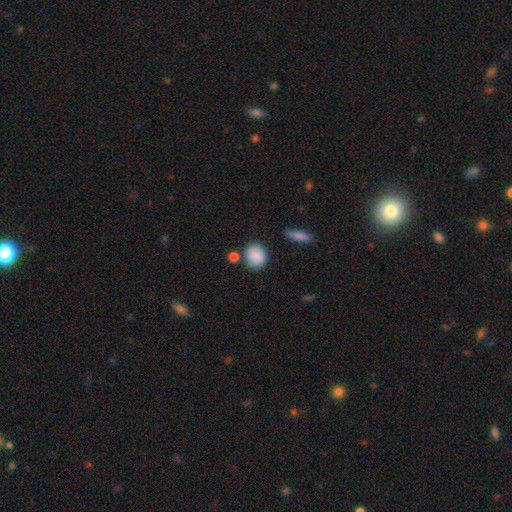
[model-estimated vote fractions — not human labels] Morphology: type=smooth (86%); roundness=round (71%); merging=none (72%).